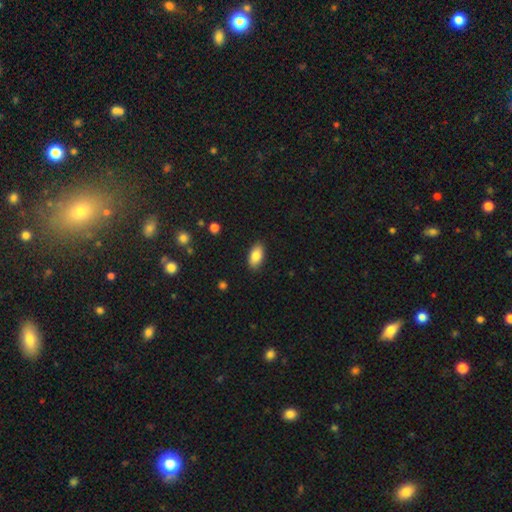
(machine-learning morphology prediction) A smooth galaxy with no disk features (86%) that is in between round and cigar-shaped (93%). Merging: none (87%).